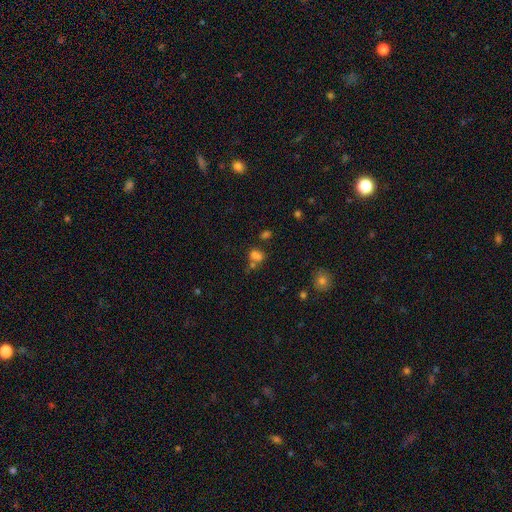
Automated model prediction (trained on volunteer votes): Smooth or featured: smooth — 69% (star or artifact — 20%)
How rounded: in between — 58% (round — 40%)
Merging: merger — 42% (none — 37%)